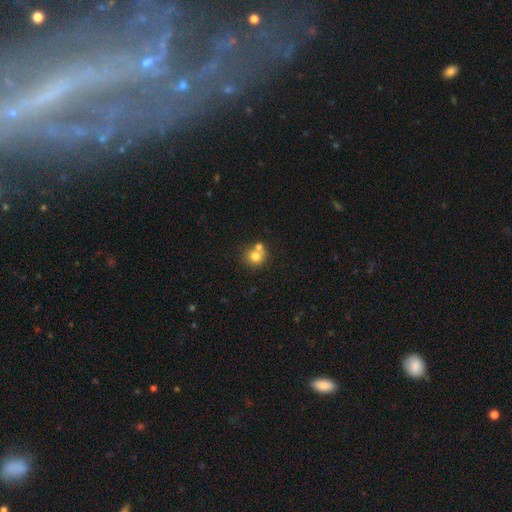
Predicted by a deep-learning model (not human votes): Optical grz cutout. It shows a smooth galaxy with no disk features (74%) that is round (85%). Merging: none (47%).